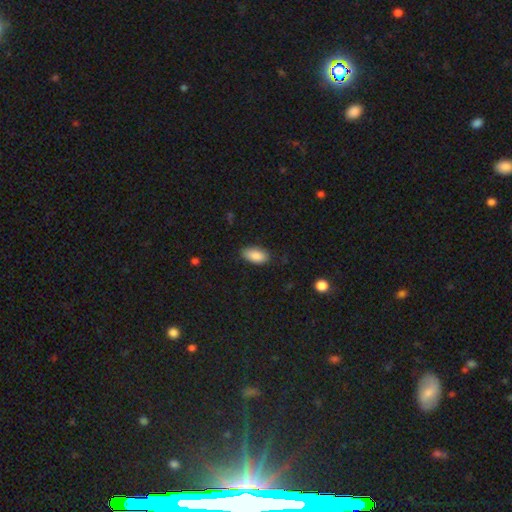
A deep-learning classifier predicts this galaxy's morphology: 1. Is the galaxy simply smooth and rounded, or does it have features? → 87% smooth, 7% star or artifact, 6% featured or disk.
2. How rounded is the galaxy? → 93% in between, 4% cigar-shaped, 3% round.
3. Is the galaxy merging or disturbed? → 83% none, 13% minor disturbance, 3% major disturbance, 1% merger.